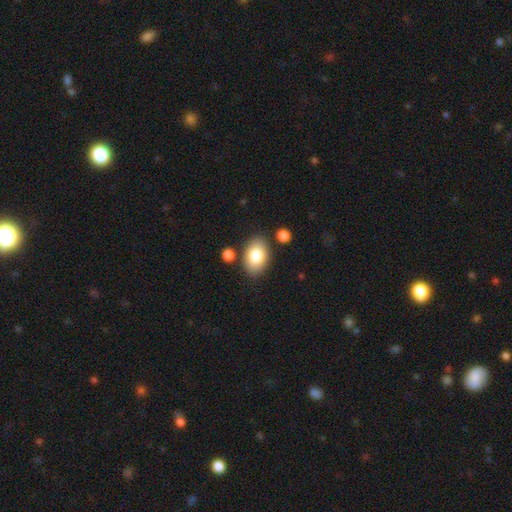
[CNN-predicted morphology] Smooth or featured: smooth — 82% (featured or disk — 11%)
How rounded: in between — 88% (round — 11%)
Merging: none — 81% (minor disturbance — 11%)